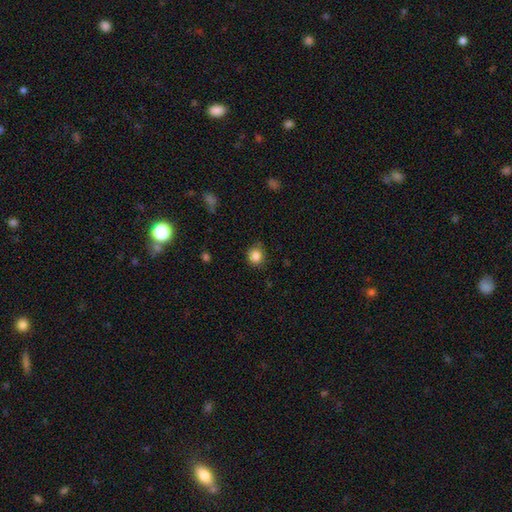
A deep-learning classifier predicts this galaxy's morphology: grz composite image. It shows a smooth galaxy with no disk features (85%) that is round (85%). Merging: none (81%).